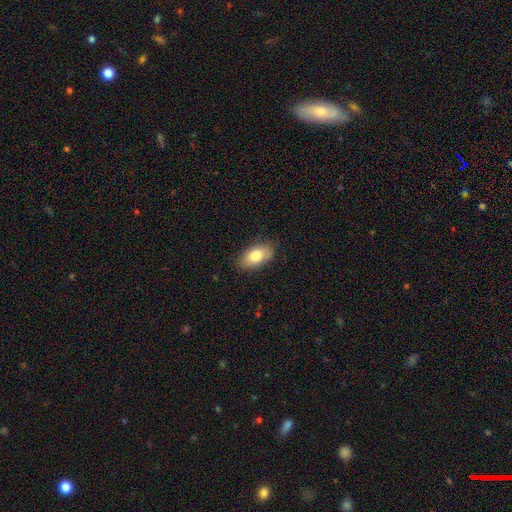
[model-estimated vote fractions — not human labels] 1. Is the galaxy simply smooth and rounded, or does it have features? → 79% smooth, 14% featured or disk, 7% star or artifact.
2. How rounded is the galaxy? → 92% in between, 5% round, 3% cigar-shaped.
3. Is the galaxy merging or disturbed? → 84% none, 12% minor disturbance, 3% major disturbance, 1% merger.